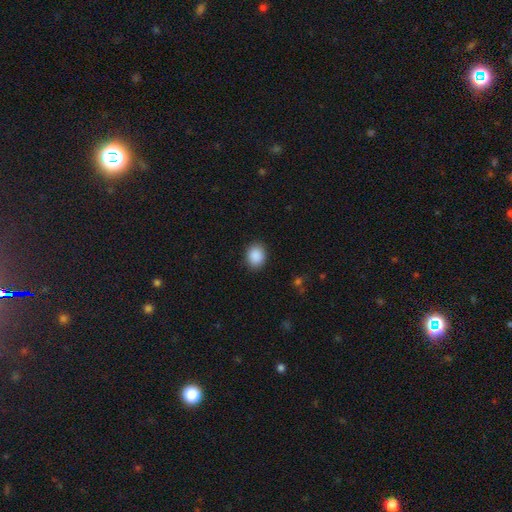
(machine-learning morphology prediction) Smooth or featured? Predicted: smooth (p=0.90). How rounded? Predicted: round (p=0.52). Merging? Predicted: none (p=0.88).